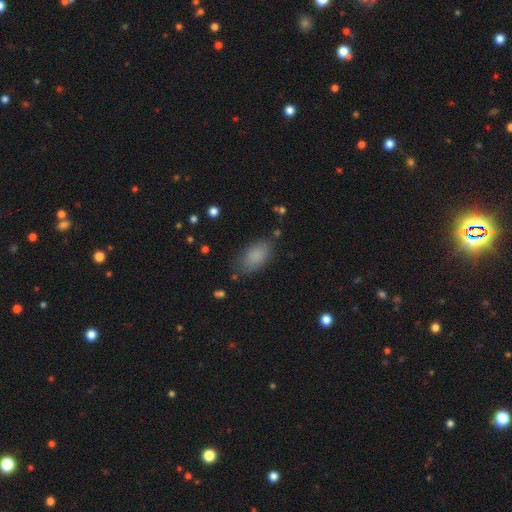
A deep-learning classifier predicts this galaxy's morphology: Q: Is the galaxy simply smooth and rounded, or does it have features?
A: smooth — 86%.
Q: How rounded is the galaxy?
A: in between — 92%.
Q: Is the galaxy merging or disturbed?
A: none — 80%.